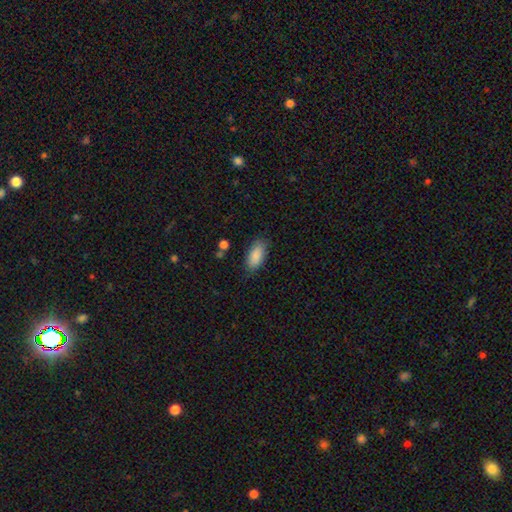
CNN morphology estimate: Overall: smooth (89%). How rounded: in between (90%). Merging: none (80%).